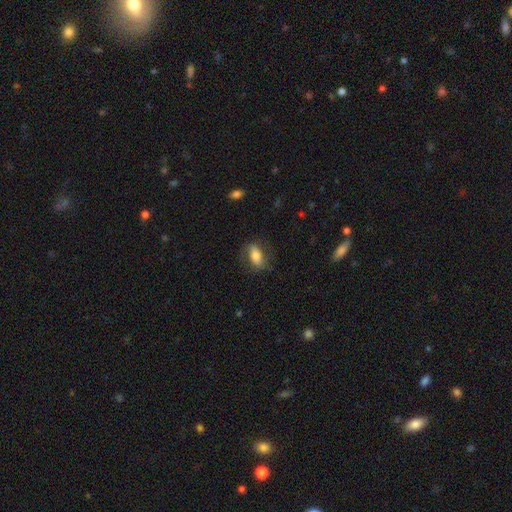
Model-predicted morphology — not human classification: smooth 61%, featured or disk 32%, star or artifact 7%. Down the decision tree: how rounded — in between (82%); merging — none (69%).